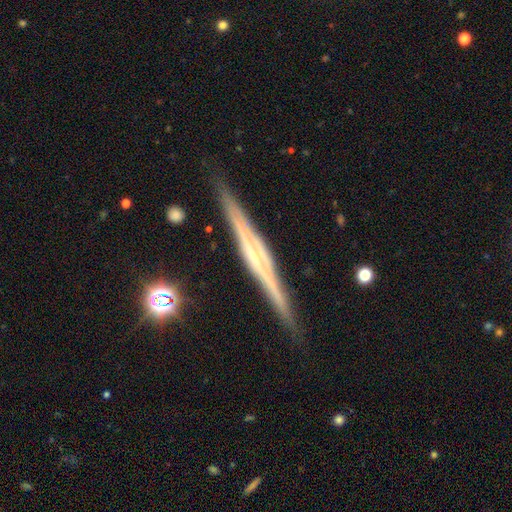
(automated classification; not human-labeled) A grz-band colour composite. It shows a featured or disk galaxy (83%) viewed edge-on (98%) with a rounded central bulge (48%). Merging: none (89%).